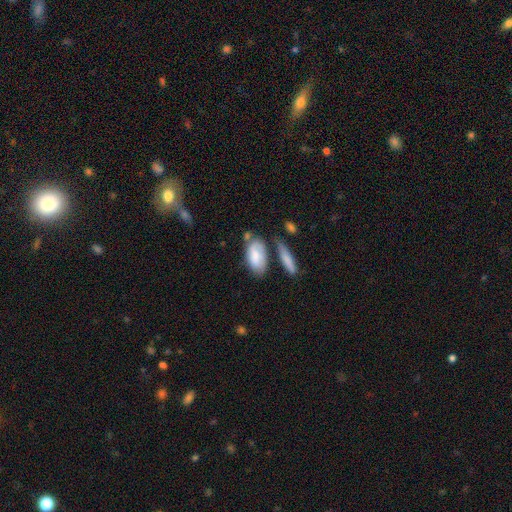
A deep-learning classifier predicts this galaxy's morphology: Overall: smooth (72%). How rounded: in between (91%). Merging: none (48%; minor disturbance 26%).